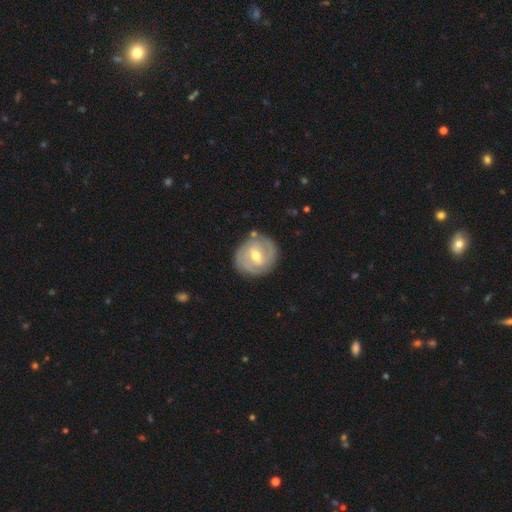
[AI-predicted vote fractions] smooth-or-featured: featured or disk: 74% | smooth: 21% | star or artifact: 5%
  disk-edge-on: no: 97% | yes: 3%
    bar: weak: 58% | strong: 22% | no: 20%
    has-spiral-arms: yes: 85% | no: 15%
      spiral-winding: tight: 61% | medium: 30% | loose: 10%
      spiral-arm-count: 2: 55% | can't tell: 23% | 3: 13% | 1: 4% | 4: 4% | more than 4: 3%
    bulge-size: moderate: 70% | small: 25% | large: 3% | none: 1% | dominant: 1%
  merging: none: 81% | minor disturbance: 13% | major disturbance: 4% | merger: 3%